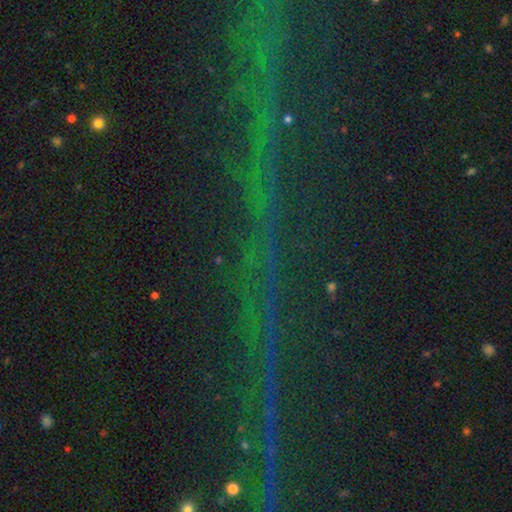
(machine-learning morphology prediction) This is clearly a star or artifact rather than a galaxy (80%).